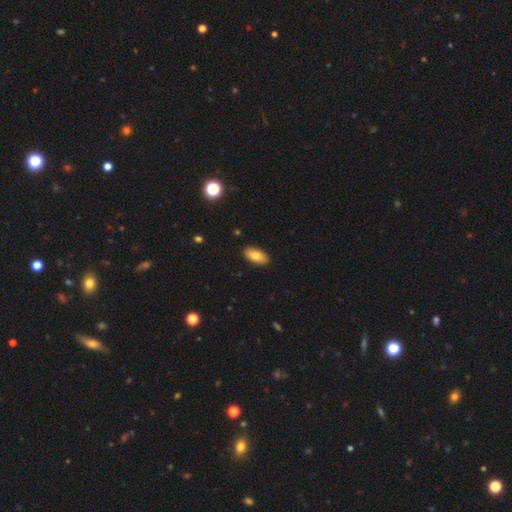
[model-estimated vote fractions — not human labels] Smooth or featured?
  - smooth: 81% *
  - featured or disk: 12%
  - star or artifact: 7%
How rounded?
  - in between: 92% *
  - cigar-shaped: 5%
  - round: 3%
Merging?
  - none: 89% *
  - minor disturbance: 8%
  - major disturbance: 2%
  - merger: 1%